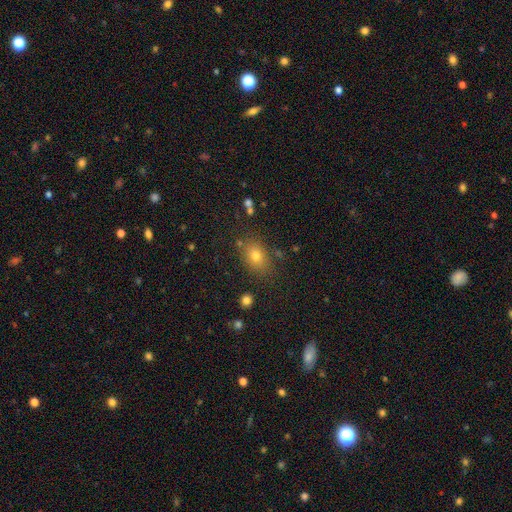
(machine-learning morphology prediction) smooth_or_featured: smooth (p=0.74) [alt: star or artifact p=0.16]
how_rounded: in between (p=0.63) [alt: round p=0.36]
merging: none (p=0.80) [alt: minor disturbance p=0.12]